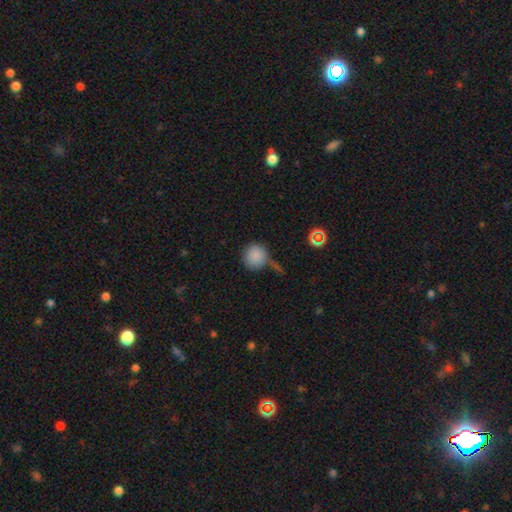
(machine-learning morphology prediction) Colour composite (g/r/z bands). It shows a smooth galaxy with no disk features (85%) that is round (91%). Merging: none (59%).